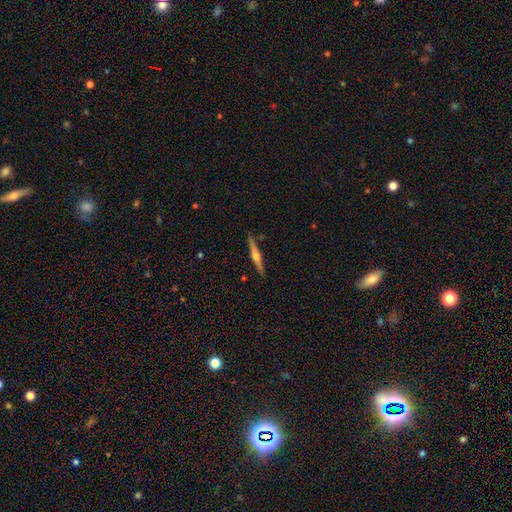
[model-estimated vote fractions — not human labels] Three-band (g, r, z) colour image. It shows a featured or disk galaxy (72%) viewed edge-on (98%) with a rounded central bulge (88%). Merging: none (90%).